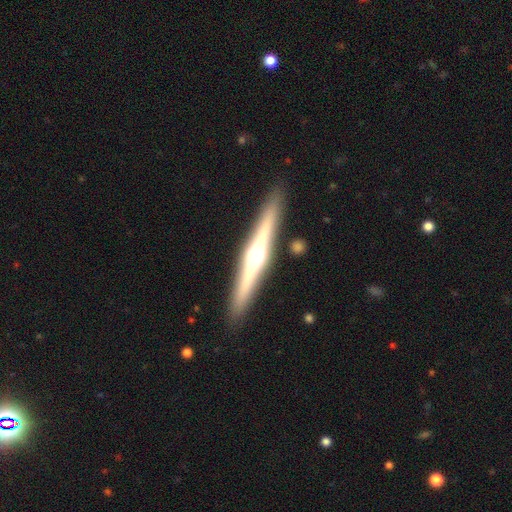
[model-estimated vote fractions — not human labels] Overall: featured or disk (74%). Edge-on disk: yes (97%). Edge-on bulge: rounded (91%). Merging: none (89%).